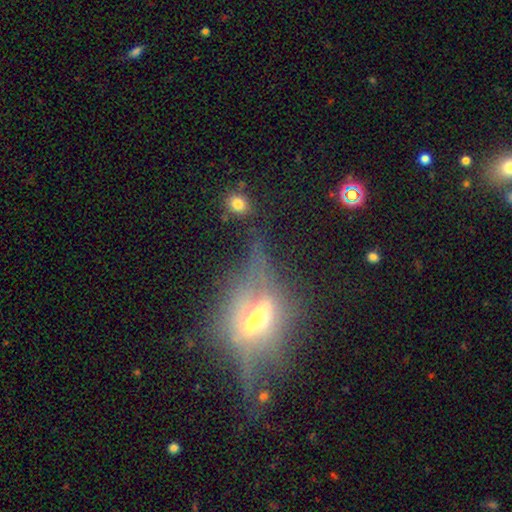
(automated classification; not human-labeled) Smooth or featured? featured or disk (64%)
Edge-on disk? yes (80%)
Edge-on bulge? rounded (68%)
Merging? none (61%)